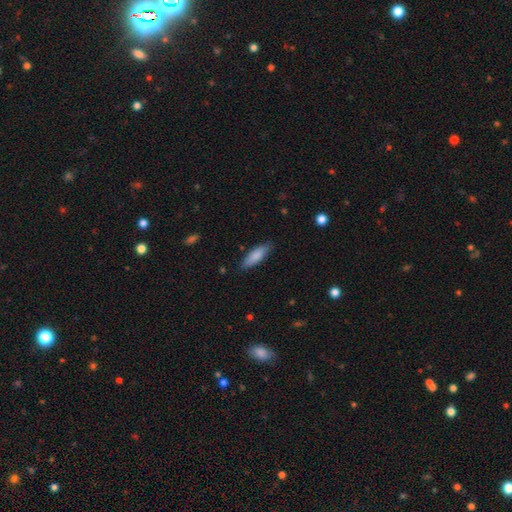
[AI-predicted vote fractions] smooth-or-featured: smooth: 83% | featured or disk: 11% | star or artifact: 6%
  how-rounded: in between: 50% | cigar-shaped: 48% | round: 2%
  merging: none: 84% | minor disturbance: 13% | major disturbance: 2% | merger: 1%